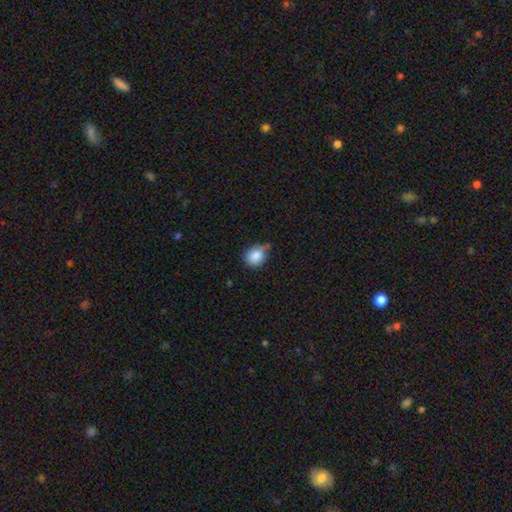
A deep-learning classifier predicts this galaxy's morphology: smooth 85%, star or artifact 9%, featured or disk 6%. Down the decision tree: how rounded — round (71%); merging — none (45%).